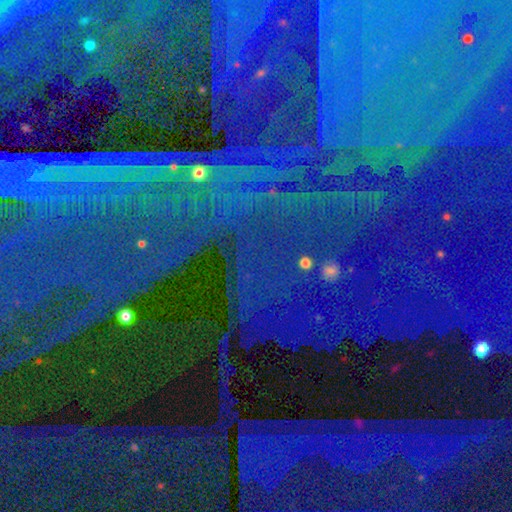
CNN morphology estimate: This is clearly a star or artifact rather than a galaxy (88%).